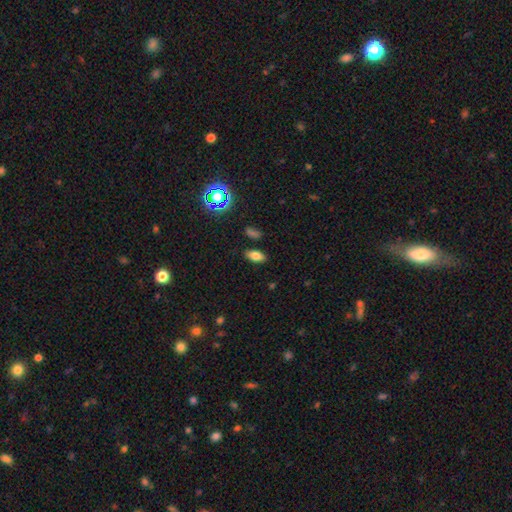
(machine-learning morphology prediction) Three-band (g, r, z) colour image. It shows a smooth galaxy with no disk features (75%) that is in between round and cigar-shaped (88%). Merging: none (85%).